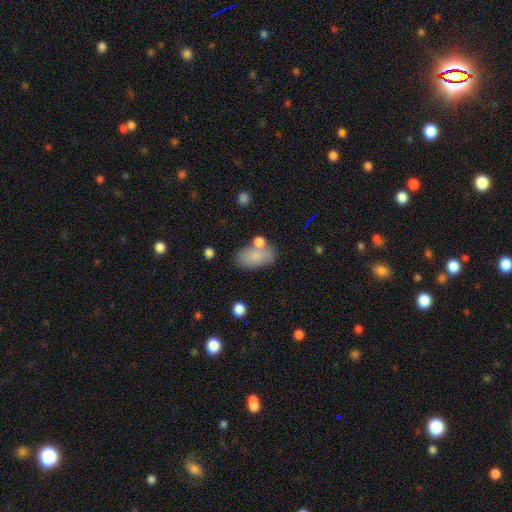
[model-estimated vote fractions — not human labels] A smooth galaxy with no disk features (80%) that is in between round and cigar-shaped (92%).

Vote fractions:
- Smooth or featured? smooth: 80% / featured or disk: 12% / star or artifact: 8%
- How rounded? in between: 92% / round: 6% / cigar-shaped: 2%
- Merging? none: 59% / minor disturbance: 17% / merger: 17% / major disturbance: 6%